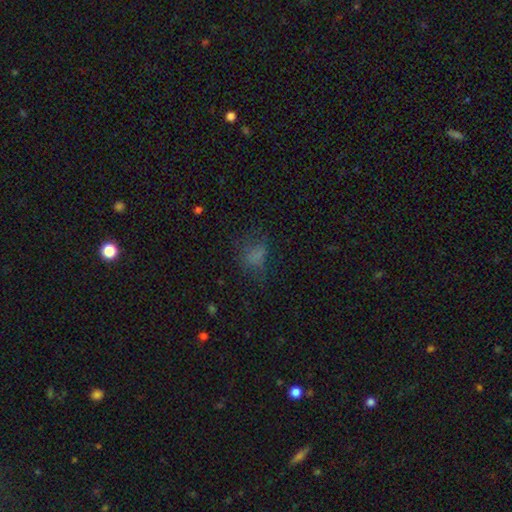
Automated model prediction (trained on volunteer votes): The model was most divided on "how rounded": in between: 62%, round: 35%, cigar-shaped: 3%. More confident: smooth or featured — smooth (64%); merging — none (52%).